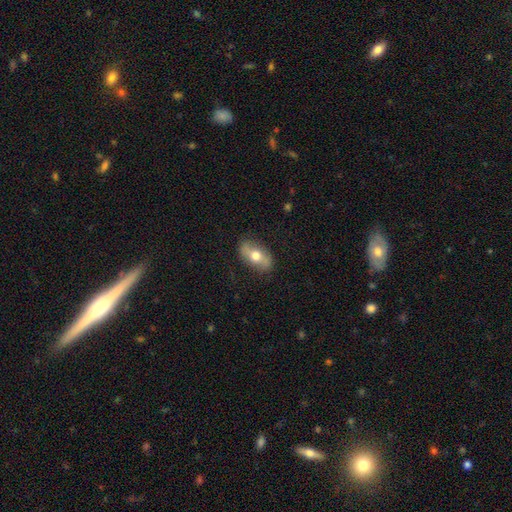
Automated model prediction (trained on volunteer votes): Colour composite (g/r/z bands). It shows a smooth galaxy with no disk features (53%) that is in between round and cigar-shaped (86%). Merging: none (83%).